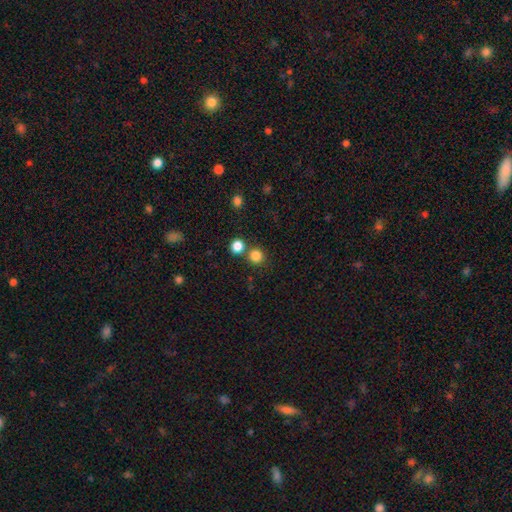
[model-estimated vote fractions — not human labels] smooth_or_featured: smooth (p=0.82) [alt: star or artifact p=0.13]
how_rounded: round (p=0.92) [alt: in between p=0.07]
merging: none (p=0.73) [alt: merger p=0.17]